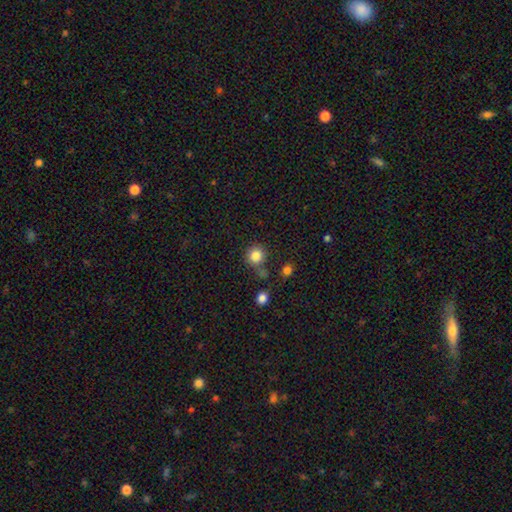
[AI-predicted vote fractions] This appears to be a smooth galaxy with no disk features (83%) that is round (91%). Merging: none (71%).